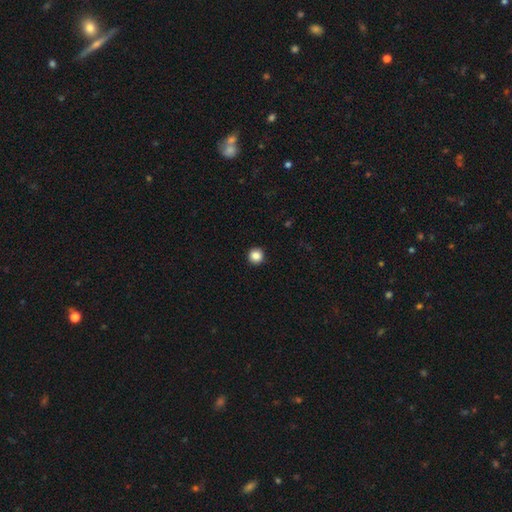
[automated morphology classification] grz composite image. It shows a smooth galaxy with no disk features (87%) that is round (96%). Merging: none (93%).